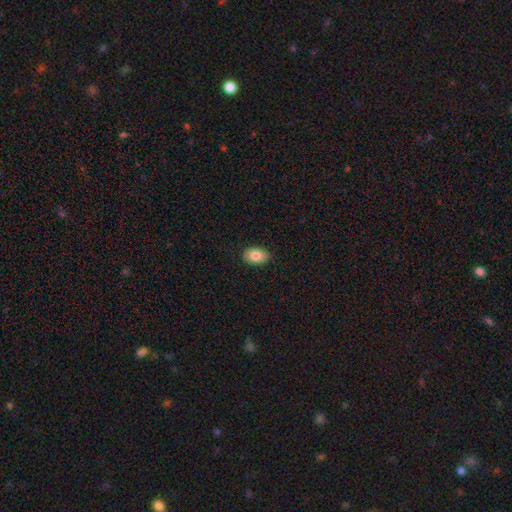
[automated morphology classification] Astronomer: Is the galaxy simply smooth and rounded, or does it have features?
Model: smooth — 83%.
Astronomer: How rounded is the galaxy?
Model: in between — 85%.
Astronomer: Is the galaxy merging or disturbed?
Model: none — 87%.